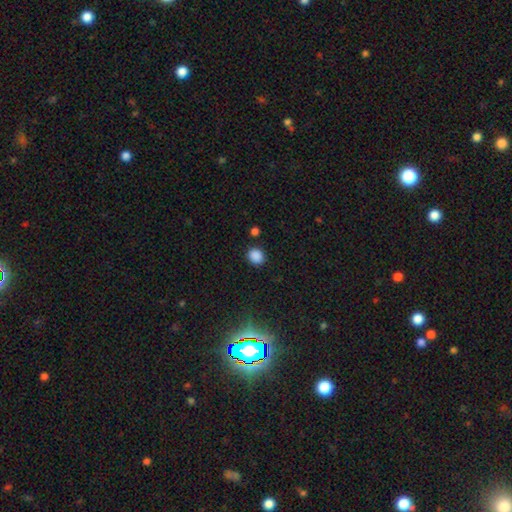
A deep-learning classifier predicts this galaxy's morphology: Smooth or featured? Predicted: smooth (p=0.85). How rounded? Predicted: round (p=0.71). Merging? Predicted: none (p=0.85).